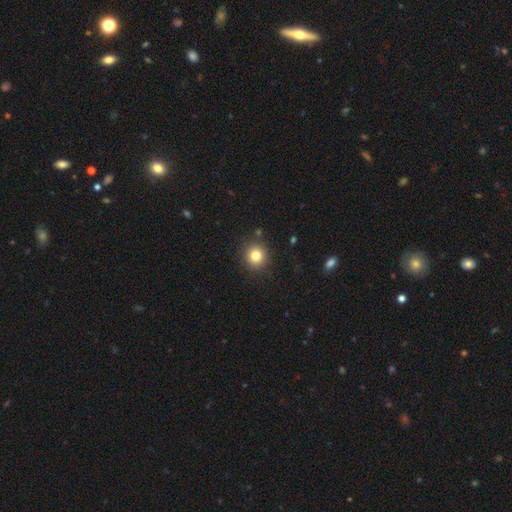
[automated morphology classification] Q: Smooth or featured?
A: smooth (81%); runner-up: star or artifact (12%)
Q: How rounded?
A: round (91%); runner-up: in between (8%)
Q: Merging?
A: none (89%); runner-up: minor disturbance (7%)